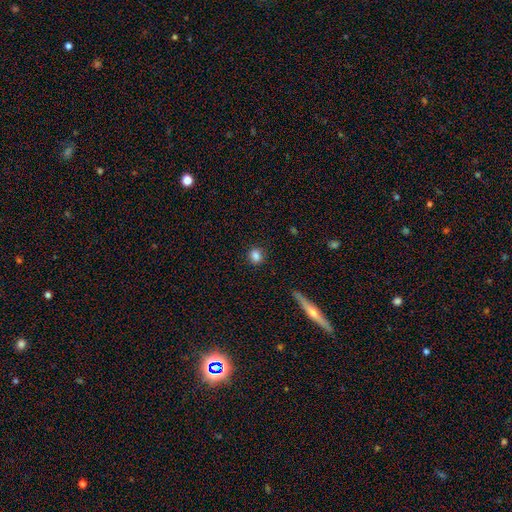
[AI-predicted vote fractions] Smooth or featured?
  - smooth: 84% *
  - star or artifact: 11%
  - featured or disk: 5%
How rounded?
  - round: 79% *
  - in between: 19%
  - cigar-shaped: 2%
Merging?
  - none: 89% *
  - minor disturbance: 7%
  - major disturbance: 2%
  - merger: 1%